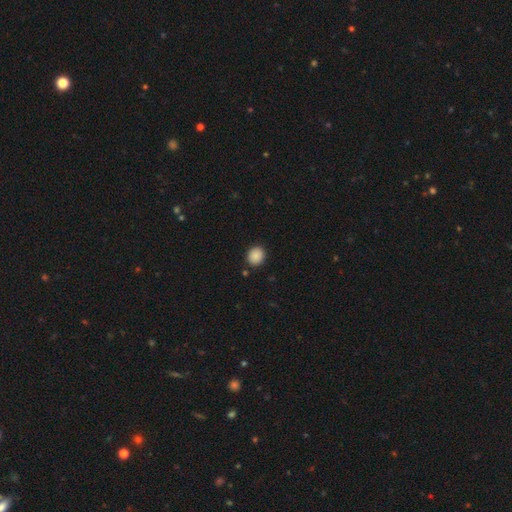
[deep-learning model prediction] Smooth or featured? smooth (88%)
How rounded? round (68%)
Merging? none (88%)